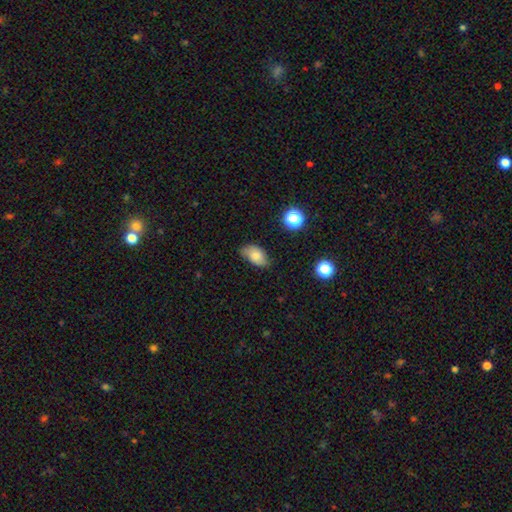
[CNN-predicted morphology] smooth-or-featured: smooth: 72% | featured or disk: 19% | star or artifact: 10%
  how-rounded: in between: 91% | round: 7% | cigar-shaped: 2%
  merging: none: 69% | minor disturbance: 25% | major disturbance: 4% | merger: 1%